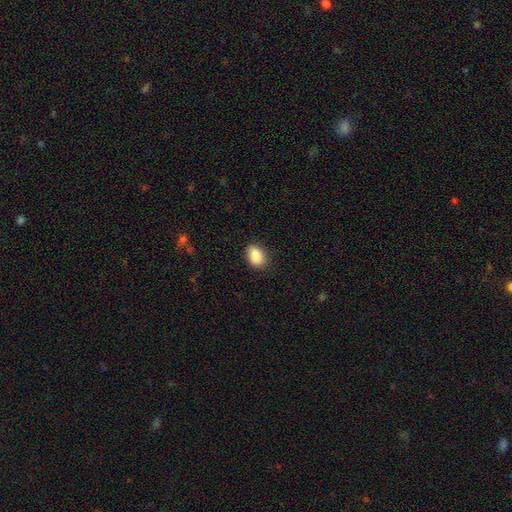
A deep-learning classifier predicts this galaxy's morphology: A smooth galaxy with no disk features (89%) that is in between round and cigar-shaped (83%).

Vote fractions:
- Smooth or featured? smooth: 89% / star or artifact: 8% / featured or disk: 4%
- How rounded? in between: 83% / round: 15% / cigar-shaped: 2%
- Merging? none: 82% / minor disturbance: 13% / major disturbance: 3% / merger: 1%